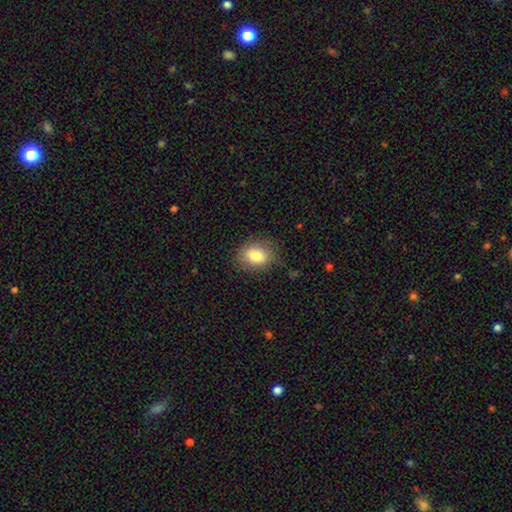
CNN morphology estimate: A smooth galaxy with no disk features (82%) that is in between round and cigar-shaped (58%). Merging: none (76%).